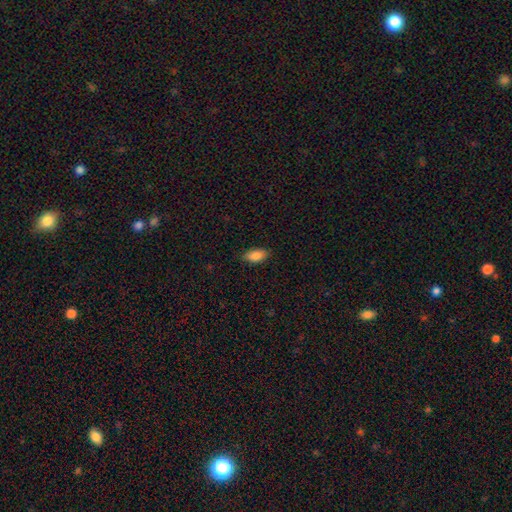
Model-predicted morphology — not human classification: Q: Smooth or featured?
A: smooth (87%); runner-up: star or artifact (7%)
Q: How rounded?
A: in between (91%); runner-up: cigar-shaped (6%)
Q: Merging?
A: none (83%); runner-up: minor disturbance (13%)